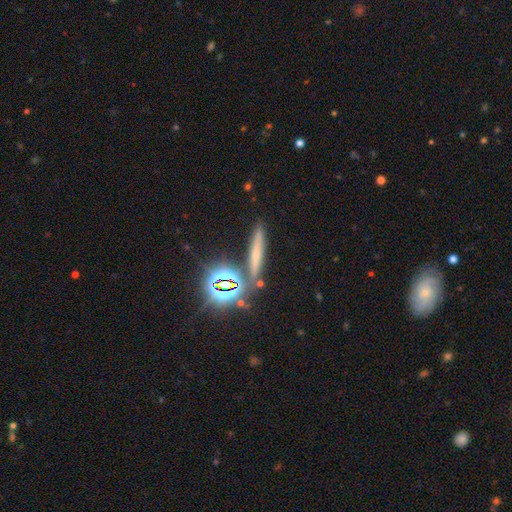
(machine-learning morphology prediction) Smooth or featured: smooth — 40% (star or artifact — 37%)
Merging: none — 82% (minor disturbance — 8%)